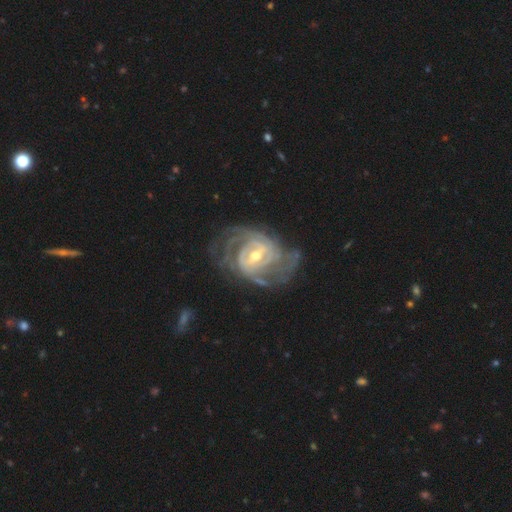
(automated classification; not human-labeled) Morphology: type=featured or disk (92%); edge-on=no (97%); bar=weak (43%); spiral arms=yes (97%); winding=tight (63%); arm count=2 (25%); bulge=moderate (55%); merging=none (64%).